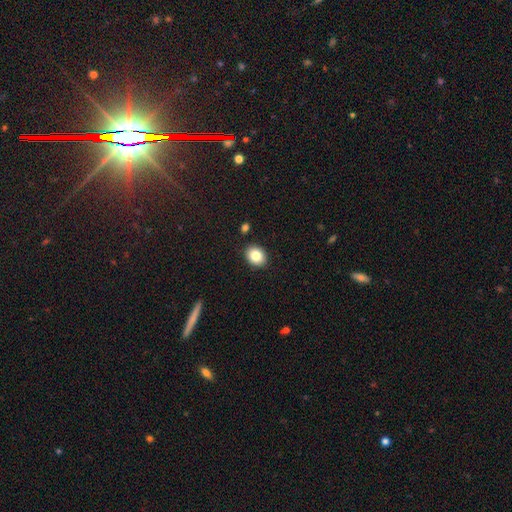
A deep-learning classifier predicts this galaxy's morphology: Smooth or featured?
  - smooth: 85% *
  - star or artifact: 9%
  - featured or disk: 7%
How rounded?
  - in between: 56% *
  - round: 43%
  - cigar-shaped: 1%
Merging?
  - none: 89% *
  - minor disturbance: 7%
  - major disturbance: 2%
  - merger: 2%